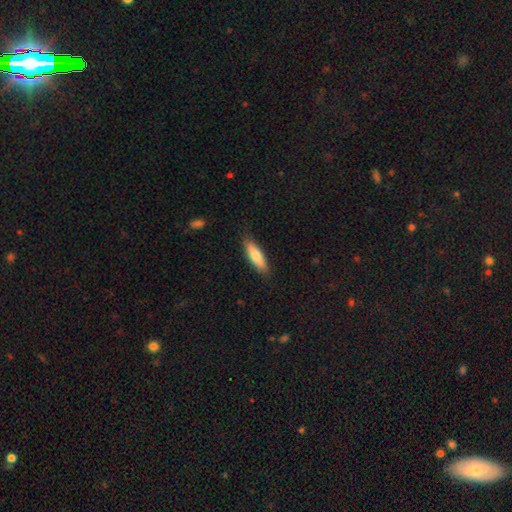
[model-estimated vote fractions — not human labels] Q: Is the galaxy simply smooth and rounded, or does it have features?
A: smooth — 73%.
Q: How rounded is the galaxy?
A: cigar-shaped — 55%.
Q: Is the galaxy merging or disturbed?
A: none — 83%.